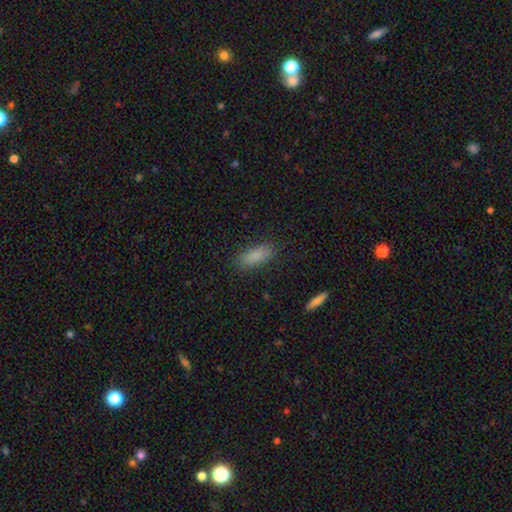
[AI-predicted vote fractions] Smooth or featured? smooth (86%)
How rounded? in between (69%)
Merging? none (86%)